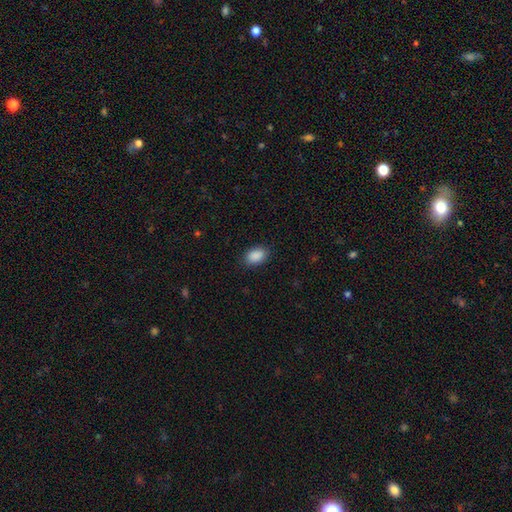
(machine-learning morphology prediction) smooth_or_featured: smooth (p=0.90) [alt: star or artifact p=0.07]
how_rounded: in between (p=0.88) [alt: round p=0.11]
merging: none (p=0.87) [alt: minor disturbance p=0.09]